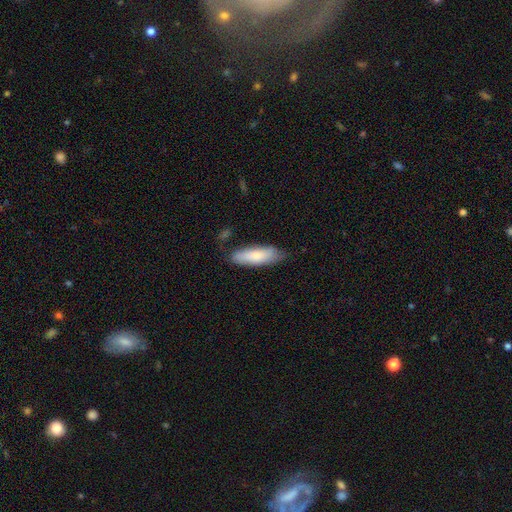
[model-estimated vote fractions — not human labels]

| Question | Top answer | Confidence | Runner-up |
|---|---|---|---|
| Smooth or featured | smooth | 79% | featured or disk (15%) |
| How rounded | in between | 54% | cigar-shaped (45%) |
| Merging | none | 74% | minor disturbance (20%) |